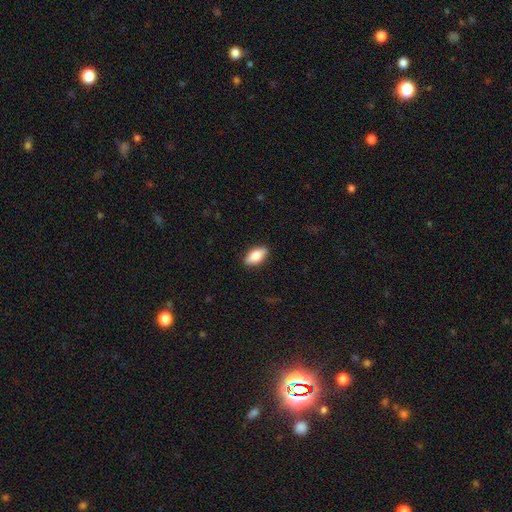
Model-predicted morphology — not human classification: Smooth or featured: smooth — 79% (featured or disk — 15%)
How rounded: in between — 87% (cigar-shaped — 10%)
Merging: none — 88% (minor disturbance — 9%)